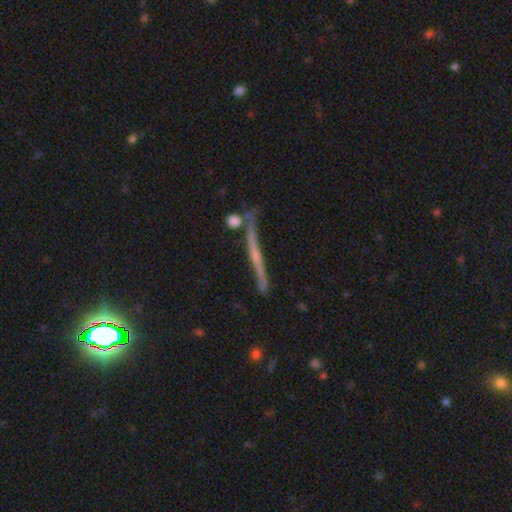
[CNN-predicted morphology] A featured or disk galaxy (69%) viewed edge-on (94%) with no central bulge (49%). Merging: none (75%).